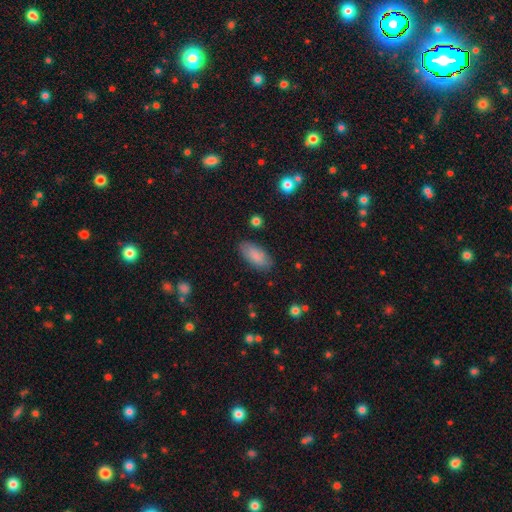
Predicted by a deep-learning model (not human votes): Morphology: type=smooth (85%); roundness=in between (89%); merging=none (84%).